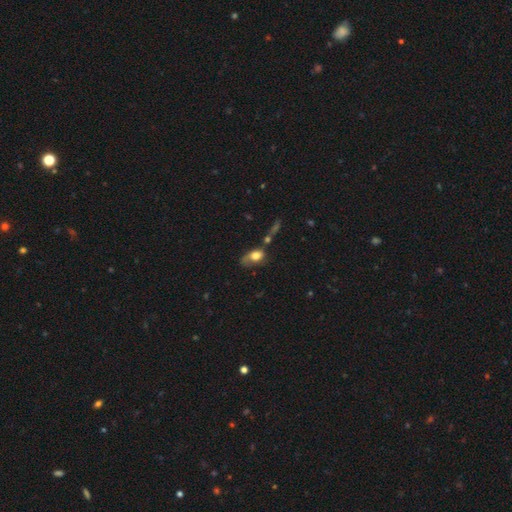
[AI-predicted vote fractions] A smooth galaxy with no disk features (65%) that is in between round and cigar-shaped (82%).

Vote fractions:
- Smooth or featured? smooth: 65% / featured or disk: 26% / star or artifact: 9%
- How rounded? in between: 82% / round: 15% / cigar-shaped: 4%
- Merging? none: 34% / minor disturbance: 26% / major disturbance: 25% / merger: 15%